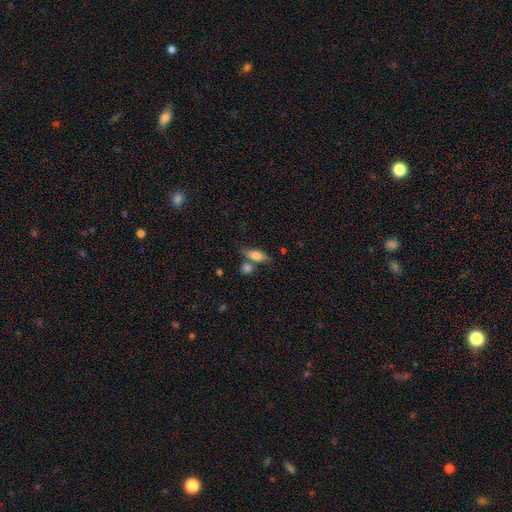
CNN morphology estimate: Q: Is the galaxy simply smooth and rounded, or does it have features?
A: smooth — 73%.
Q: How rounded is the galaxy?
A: in between — 69%.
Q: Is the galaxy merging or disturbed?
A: none — 61%.